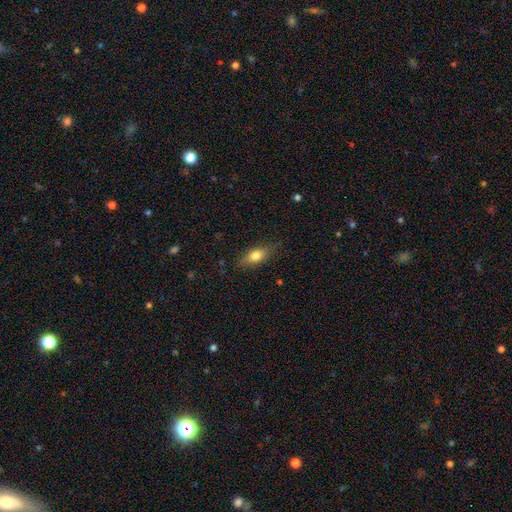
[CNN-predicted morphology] Smooth or featured? Predicted: smooth (p=0.75). How rounded? Predicted: in between (p=0.80). Merging? Predicted: none (p=0.76).